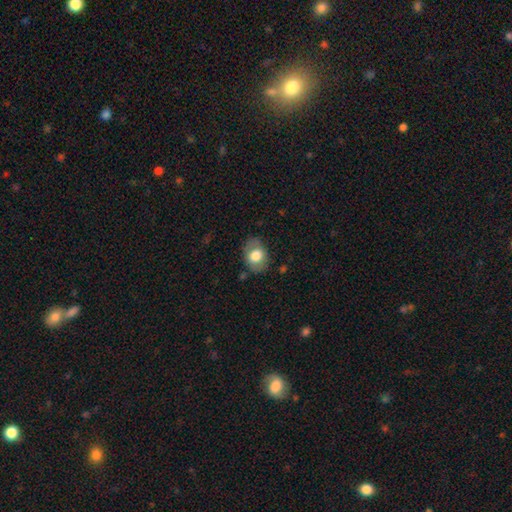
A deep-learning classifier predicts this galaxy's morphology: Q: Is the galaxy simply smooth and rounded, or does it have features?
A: smooth — 72%.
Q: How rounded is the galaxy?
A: in between — 67%.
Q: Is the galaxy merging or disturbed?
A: none — 76%.